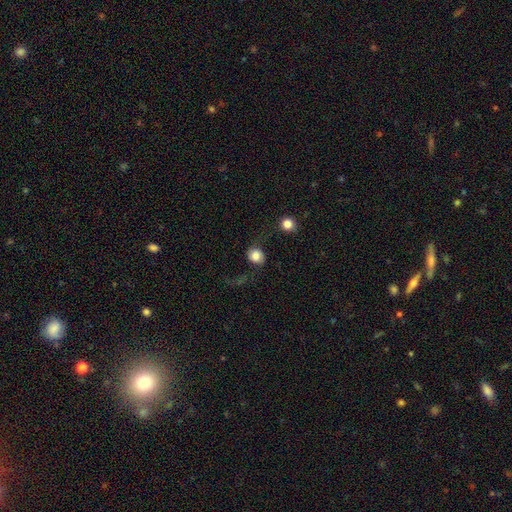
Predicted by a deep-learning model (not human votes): This appears to be a smooth galaxy with no disk features (75%) that is round (76%). Merging: none (51%).